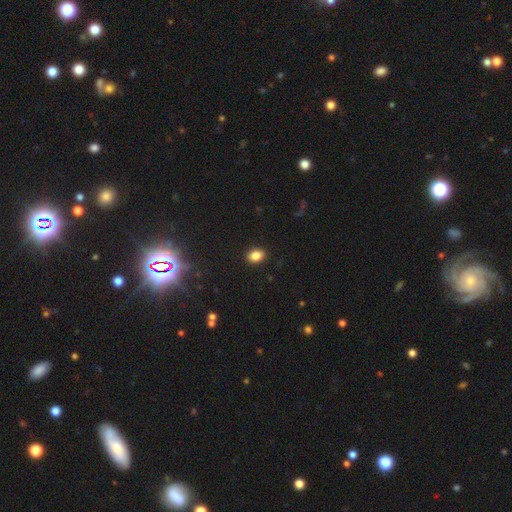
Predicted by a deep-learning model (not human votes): Smooth or featured? Predicted: smooth (p=0.85). How rounded? Predicted: in between (p=0.76). Merging? Predicted: none (p=0.89).